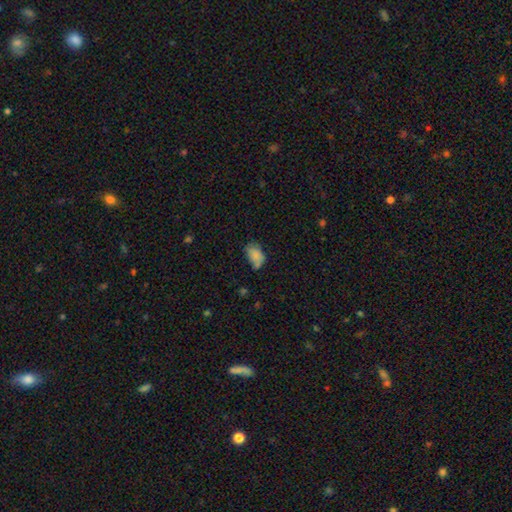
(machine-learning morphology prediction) smooth 80%, star or artifact 10%, featured or disk 10%. Down the decision tree: how rounded — in between (87%); merging — none (44%).